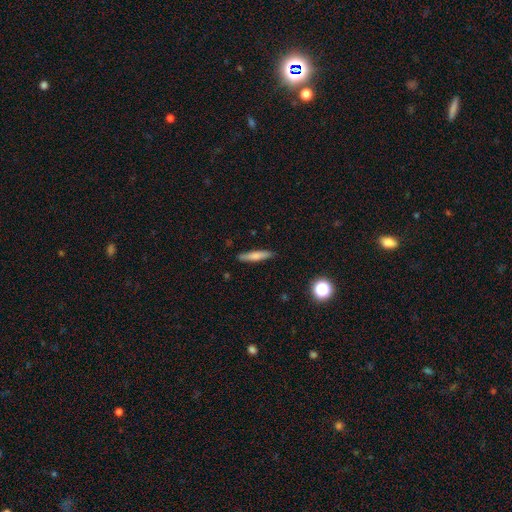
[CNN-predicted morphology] Smooth or featured: smooth — 69% (featured or disk — 24%)
How rounded: cigar-shaped — 88% (in between — 11%)
Merging: none — 88% (minor disturbance — 9%)